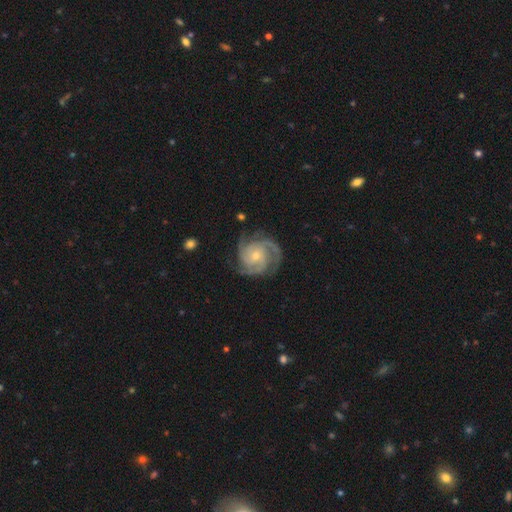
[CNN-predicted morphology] Q: Smooth or featured?
A: featured or disk (90%); runner-up: smooth (5%)
Q: Edge-on disk?
A: no (98%); runner-up: yes (2%)
Q: Bar?
A: no (70%); runner-up: weak (25%)
Q: Spiral arms?
A: yes (98%); runner-up: no (2%)
Q: Spiral winding?
A: tight (55%); runner-up: medium (39%)
Q: Spiral arm count?
A: 3 (48%); runner-up: 4 (22%)
Q: Bulge size?
A: small (61%); runner-up: moderate (35%)
Q: Merging?
A: none (75%); runner-up: minor disturbance (17%)